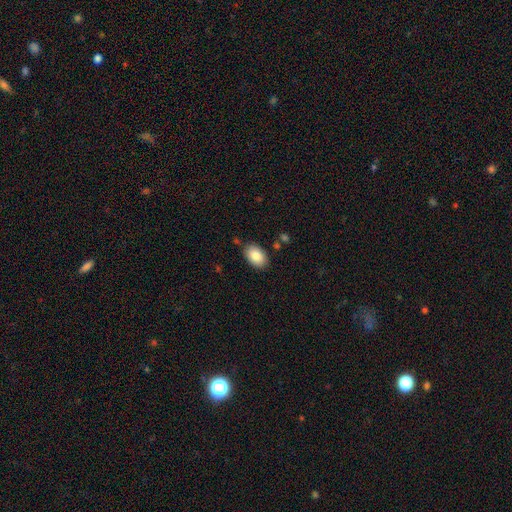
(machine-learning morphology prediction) Q: Smooth or featured?
A: smooth (85%); runner-up: featured or disk (8%)
Q: How rounded?
A: in between (90%); runner-up: round (9%)
Q: Merging?
A: none (84%); runner-up: minor disturbance (11%)